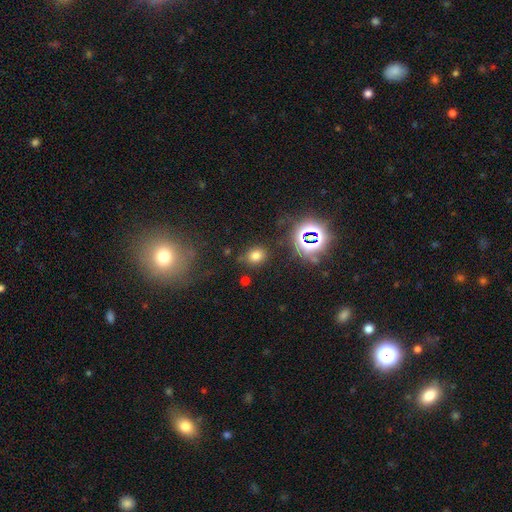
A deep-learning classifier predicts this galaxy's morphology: A smooth galaxy with no disk features (69%) that is round (60%). Merging: none (80%).